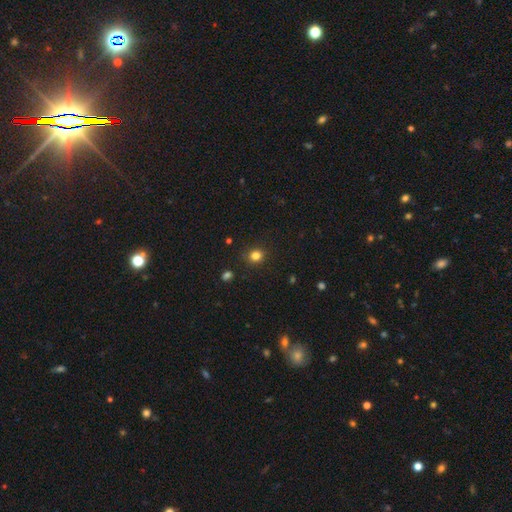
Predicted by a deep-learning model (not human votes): This is clearly a smooth galaxy (82%). How rounded: clearly round (81%). Merging: clearly none (89%).